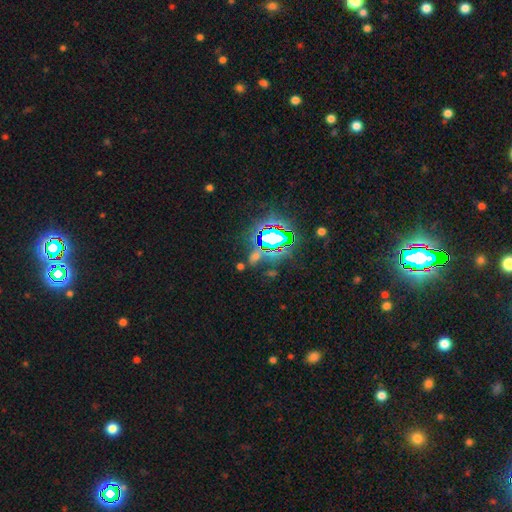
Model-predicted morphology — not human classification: Overall: star or artifact (63%; smooth 27%).